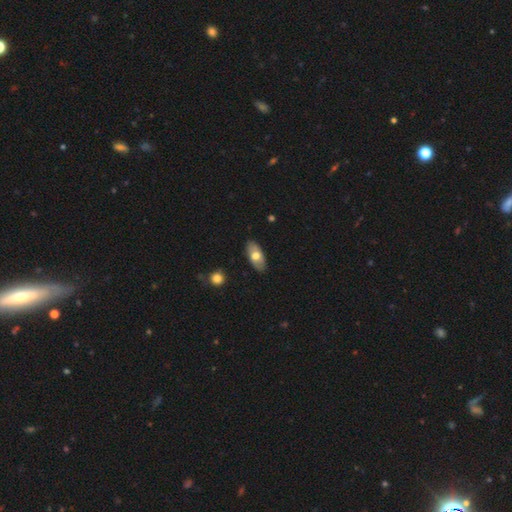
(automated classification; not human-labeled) A smooth galaxy with no disk features (63%) that is in between round and cigar-shaped (89%). Merging: none (87%).